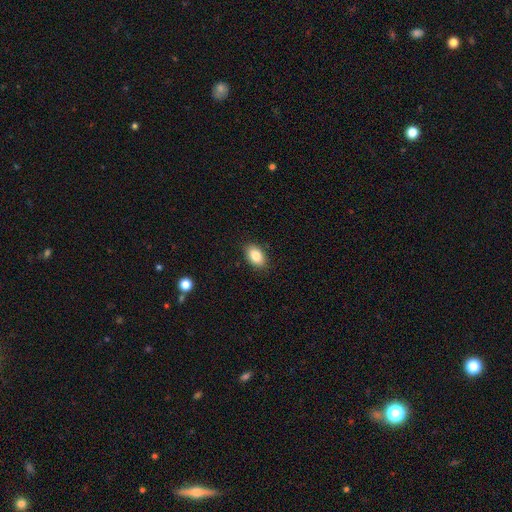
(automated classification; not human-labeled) Smooth or featured? Predicted: smooth (p=0.84). How rounded? Predicted: in between (p=0.89). Merging? Predicted: none (p=0.87).